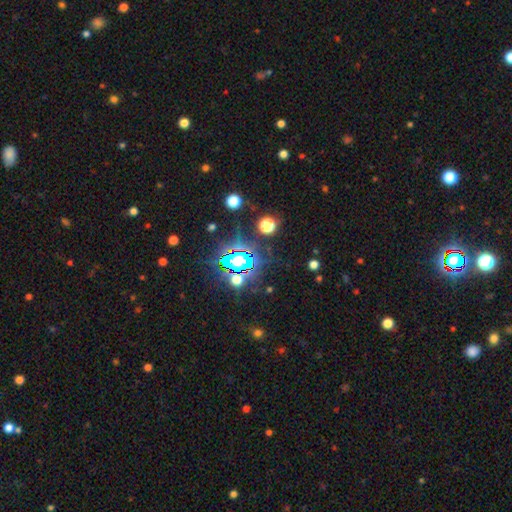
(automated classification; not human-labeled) smooth-or-featured: star or artifact: 83% | smooth: 9% | featured or disk: 7%